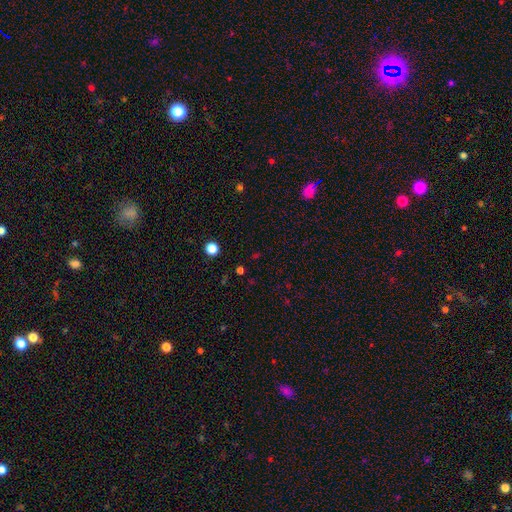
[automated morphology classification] This is possibly a star or artifact rather than a galaxy (53%).